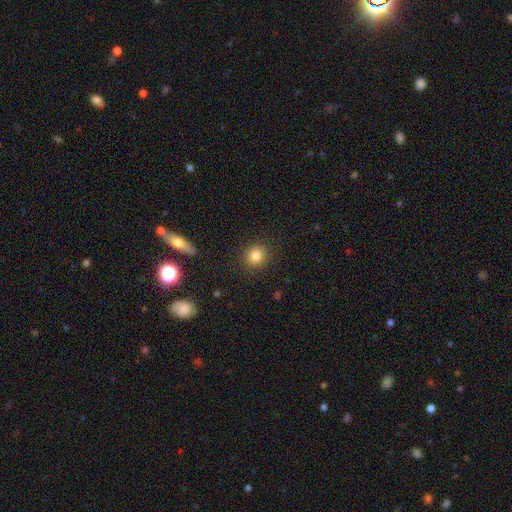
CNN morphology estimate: Overall: smooth (83%). How rounded: round (87%). Merging: none (89%).